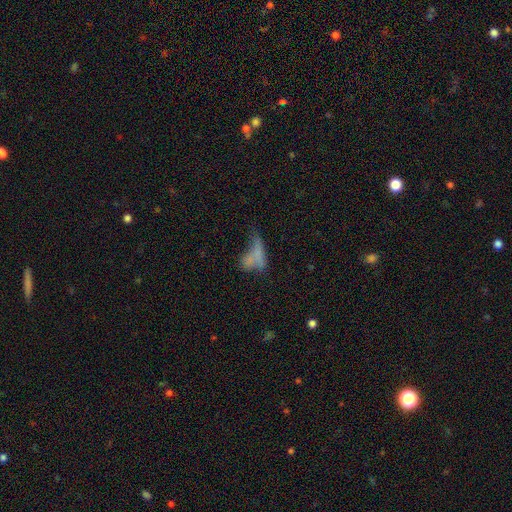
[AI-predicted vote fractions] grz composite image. It shows a smooth galaxy with no disk features (58%) that is in between round and cigar-shaped (64%). Merging: merger (33%).